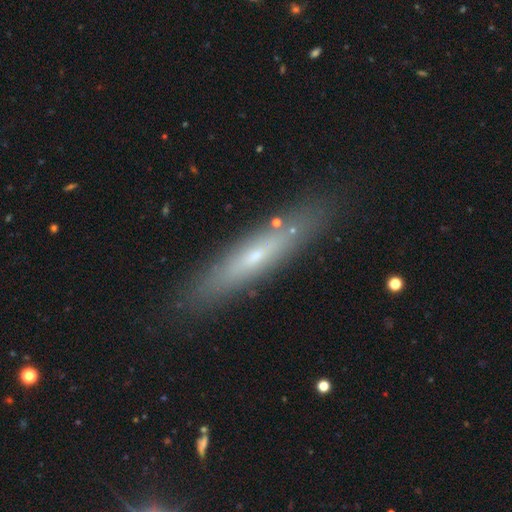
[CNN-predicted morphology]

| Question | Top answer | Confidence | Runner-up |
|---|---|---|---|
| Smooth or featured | featured or disk | 53% | smooth (38%) |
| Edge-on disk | yes | 72% | no (28%) |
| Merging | none | 85% | minor disturbance (10%) |